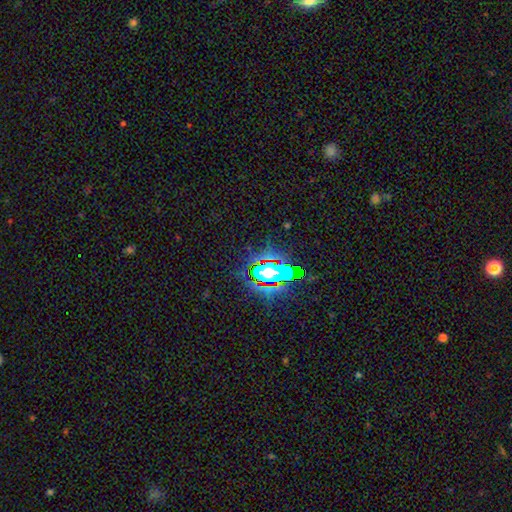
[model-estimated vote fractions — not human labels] star or artifact 78%, smooth 14%, featured or disk 8%.